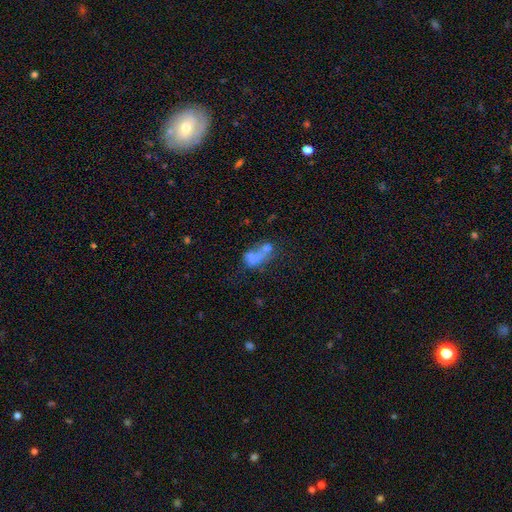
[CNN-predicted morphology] type=smooth (46%); merging=merger (40%).